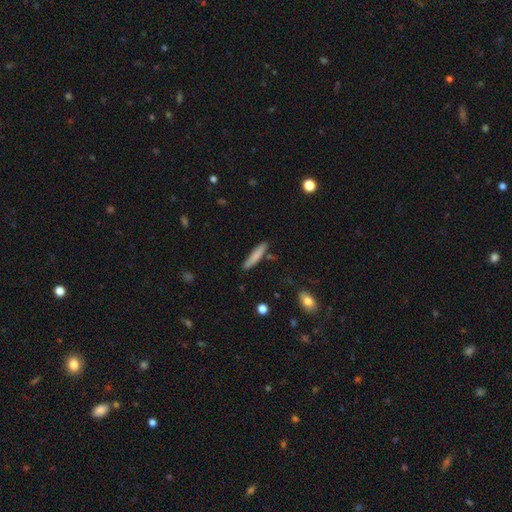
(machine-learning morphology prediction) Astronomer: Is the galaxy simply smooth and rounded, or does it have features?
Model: smooth — 79%.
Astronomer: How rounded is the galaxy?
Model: cigar-shaped — 89%.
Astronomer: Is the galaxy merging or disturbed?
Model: none — 83%.